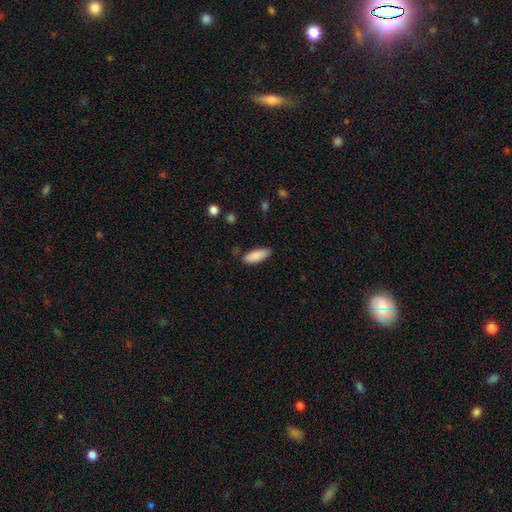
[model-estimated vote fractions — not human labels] Morphology: type=smooth (88%); roundness=in between (71%); merging=none (81%).